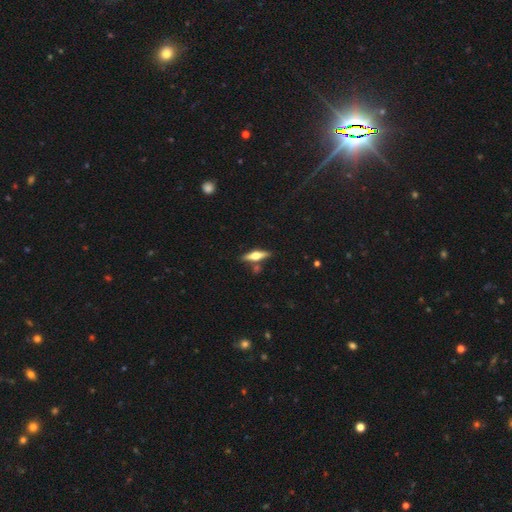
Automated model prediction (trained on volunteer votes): The model was most divided on "smooth or featured": featured or disk: 60%, smooth: 34%, star or artifact: 6%. More confident: edge-on disk — yes (95%); edge-on bulge — rounded (94%); merging — none (80%).